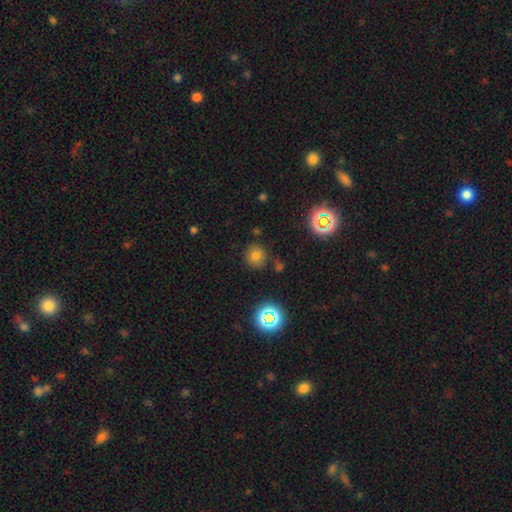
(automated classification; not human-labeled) Morphology: type=smooth (71%); roundness=round (87%); merging=none (80%).